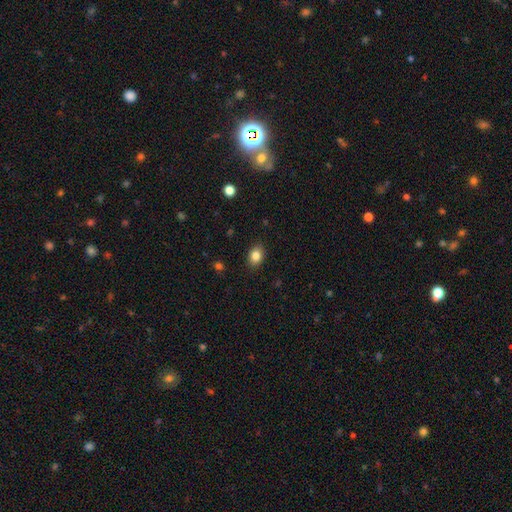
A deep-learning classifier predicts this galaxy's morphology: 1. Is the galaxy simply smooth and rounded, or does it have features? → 85% smooth, 9% star or artifact, 6% featured or disk.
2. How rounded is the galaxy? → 66% in between, 33% round, 1% cigar-shaped.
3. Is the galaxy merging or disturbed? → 87% none, 9% minor disturbance, 2% major disturbance, 1% merger.